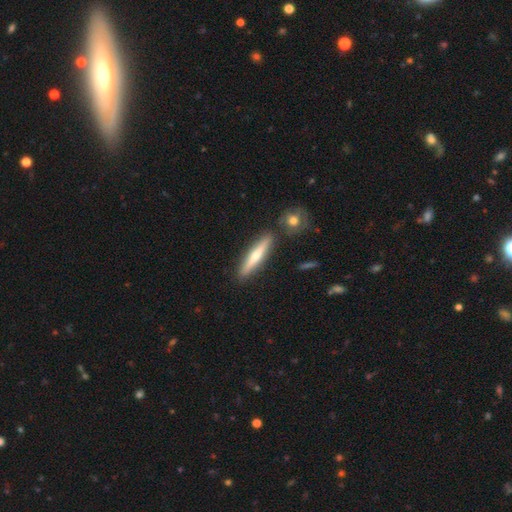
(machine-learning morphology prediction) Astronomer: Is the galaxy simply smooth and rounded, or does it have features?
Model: smooth — 51% (runner-up: featured or disk, 44%).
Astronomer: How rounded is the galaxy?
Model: cigar-shaped — 89%.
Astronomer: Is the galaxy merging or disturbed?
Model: none — 86%.